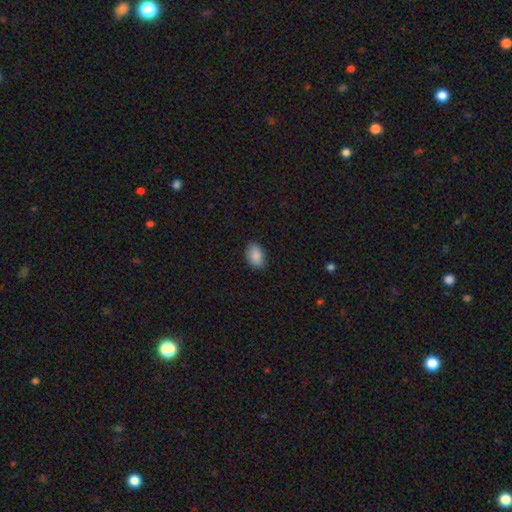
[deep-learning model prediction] smooth 89%, star or artifact 7%, featured or disk 4%. Down the decision tree: how rounded — in between (89%); merging — none (85%).